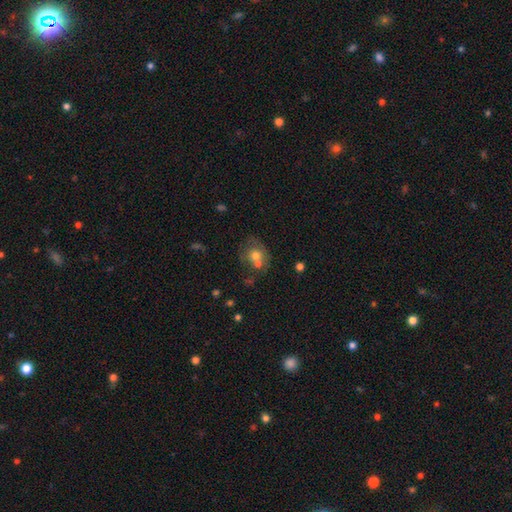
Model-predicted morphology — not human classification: The model was most divided on "merging": none: 40%, merger: 37%, minor disturbance: 15%, major disturbance: 8%. More confident: how rounded — round (71%); smooth or featured — smooth (63%).